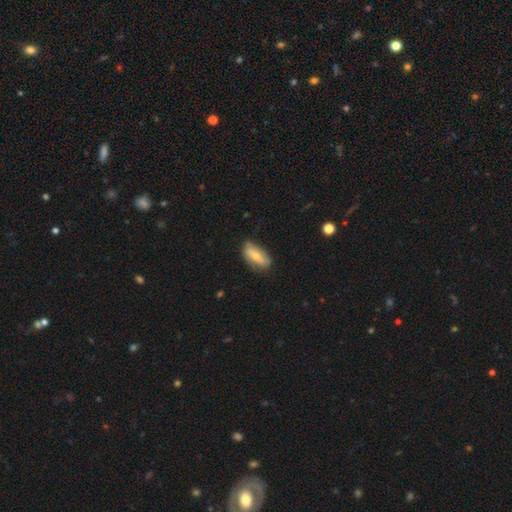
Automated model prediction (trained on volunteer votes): Morphology: type=smooth (54%); roundness=in between (83%); merging=none (69%).